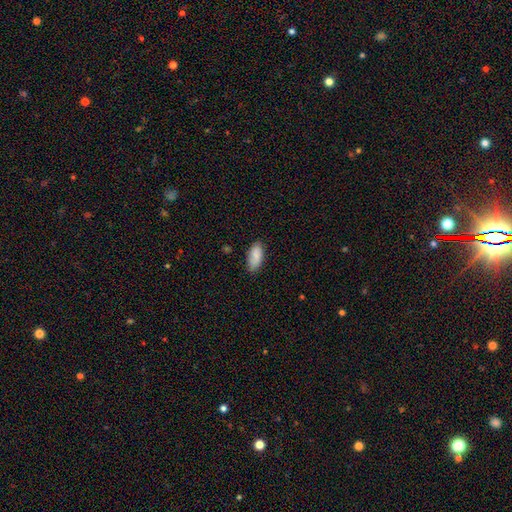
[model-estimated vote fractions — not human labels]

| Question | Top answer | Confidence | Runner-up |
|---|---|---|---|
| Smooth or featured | smooth | 86% | featured or disk (8%) |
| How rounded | in between | 90% | cigar-shaped (7%) |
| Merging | none | 76% | minor disturbance (19%) |